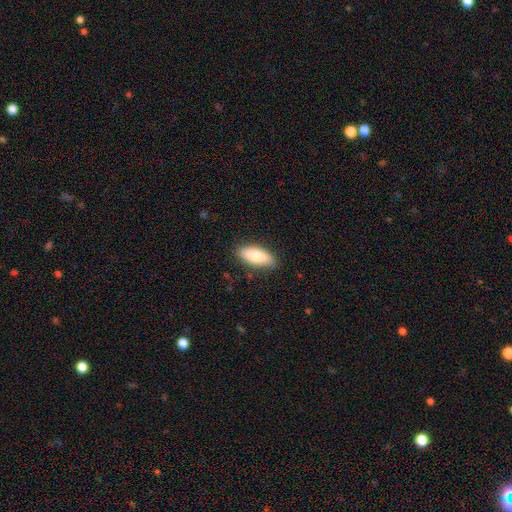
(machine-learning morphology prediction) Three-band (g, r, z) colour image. It shows a smooth galaxy with no disk features (82%) that is in between round and cigar-shaped (80%). Merging: none (85%).